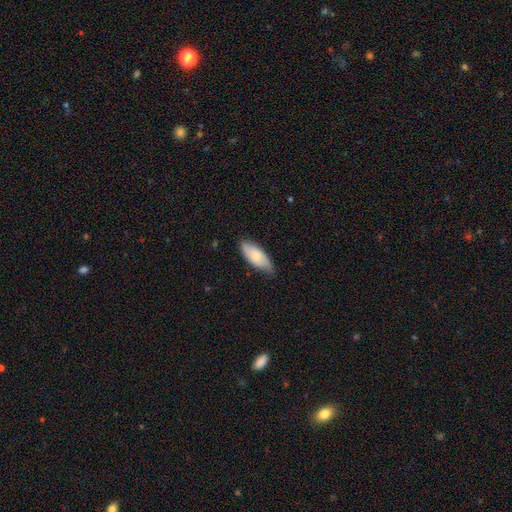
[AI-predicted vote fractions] smooth_or_featured: smooth (p=0.76) [alt: featured or disk p=0.18]
how_rounded: in between (p=0.81) [alt: cigar-shaped p=0.17]
merging: none (p=0.72) [alt: minor disturbance p=0.23]